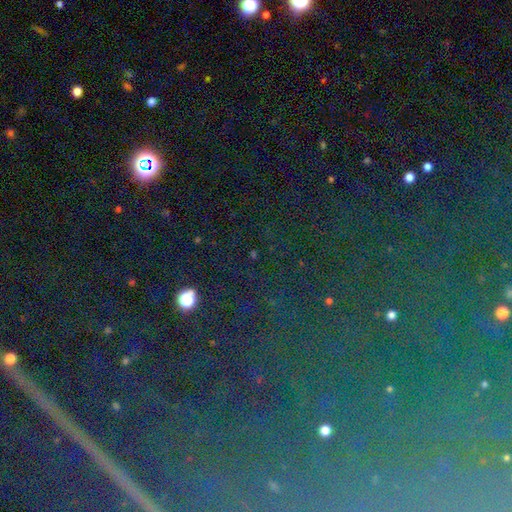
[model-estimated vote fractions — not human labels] A star or artifact, not a galaxy (80%).

Vote fractions:
- Smooth or featured? star or artifact: 80% / smooth: 11% / featured or disk: 9%